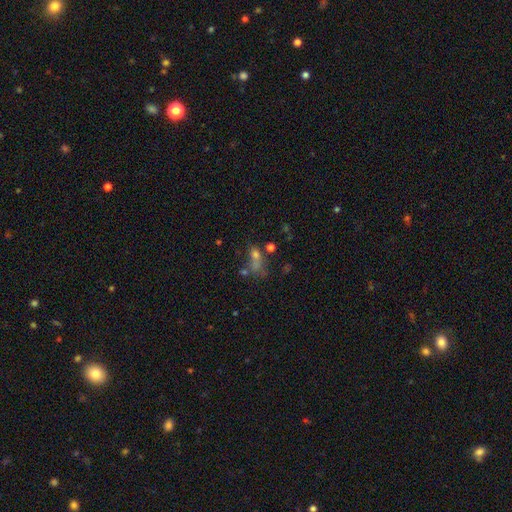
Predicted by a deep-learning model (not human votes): Q: Smooth or featured?
A: smooth (43%); runner-up: star or artifact (31%)
Q: Merging?
A: none (34%); runner-up: merger (33%)